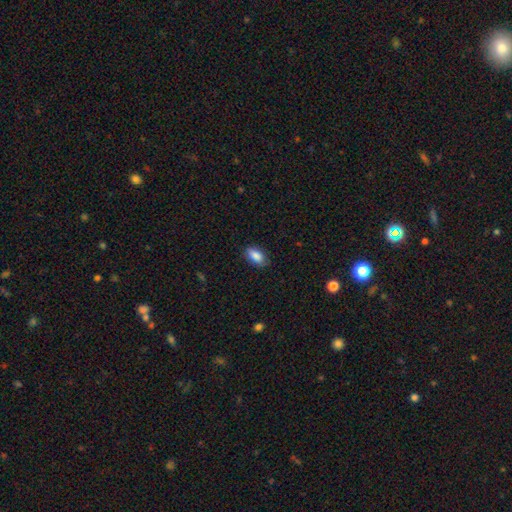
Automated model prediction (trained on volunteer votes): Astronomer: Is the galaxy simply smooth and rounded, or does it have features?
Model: smooth — 86%.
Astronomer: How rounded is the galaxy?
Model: in between — 91%.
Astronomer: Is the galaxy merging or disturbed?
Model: none — 84%.